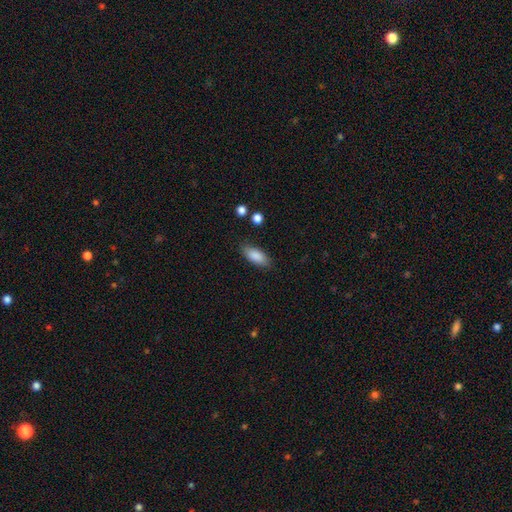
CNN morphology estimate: Smooth or featured?
  - smooth: 86% *
  - featured or disk: 7%
  - star or artifact: 7%
How rounded?
  - in between: 84% *
  - cigar-shaped: 14%
  - round: 2%
Merging?
  - none: 83% *
  - minor disturbance: 12%
  - major disturbance: 3%
  - merger: 2%